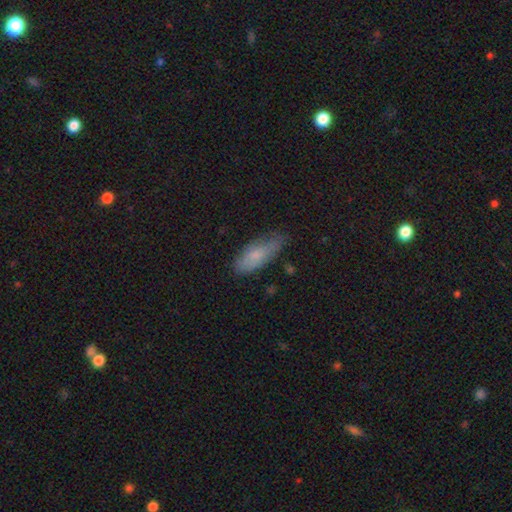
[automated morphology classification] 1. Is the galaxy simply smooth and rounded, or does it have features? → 74% smooth, 20% featured or disk, 6% star or artifact.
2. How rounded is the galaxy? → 70% in between, 28% cigar-shaped, 2% round.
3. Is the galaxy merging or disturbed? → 63% none, 29% minor disturbance, 6% major disturbance, 2% merger.